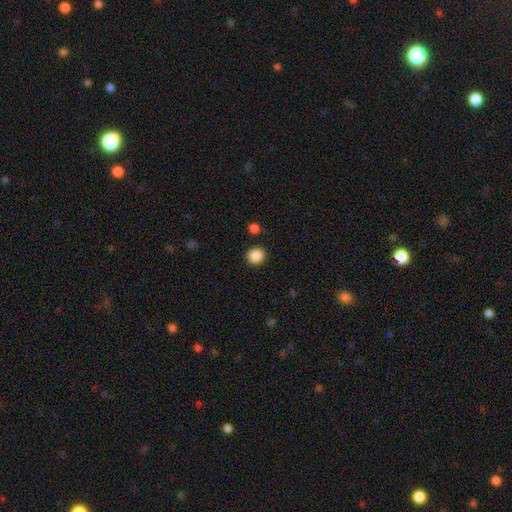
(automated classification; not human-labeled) Smooth or featured? smooth (88%)
How rounded? round (88%)
Merging? none (90%)